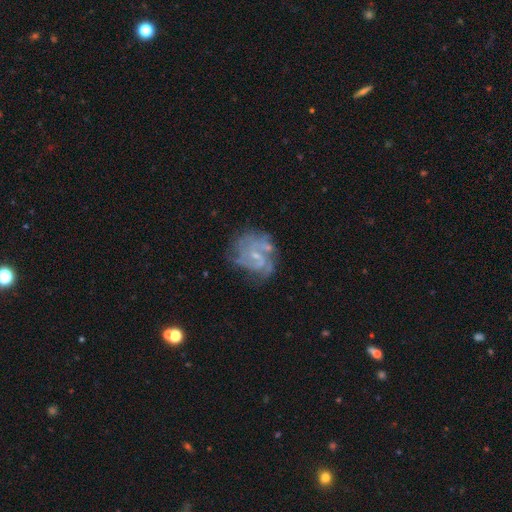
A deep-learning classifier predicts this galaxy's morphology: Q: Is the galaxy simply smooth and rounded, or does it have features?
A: featured or disk — 76%.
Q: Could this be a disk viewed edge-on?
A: no — 98%.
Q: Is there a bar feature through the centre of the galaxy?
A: no — 60%.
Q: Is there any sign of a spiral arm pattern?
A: yes — 79%.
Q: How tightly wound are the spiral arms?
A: tight — 46%.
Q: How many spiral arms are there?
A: can't tell — 39%.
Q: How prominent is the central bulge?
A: small — 68%.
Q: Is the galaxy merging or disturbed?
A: none — 51%.